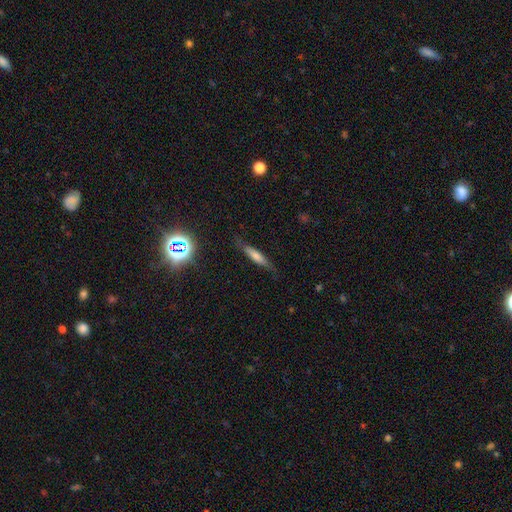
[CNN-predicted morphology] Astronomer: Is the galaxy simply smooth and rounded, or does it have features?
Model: smooth — 47% (runner-up: featured or disk, 39%).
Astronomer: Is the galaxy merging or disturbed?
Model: none — 79%.